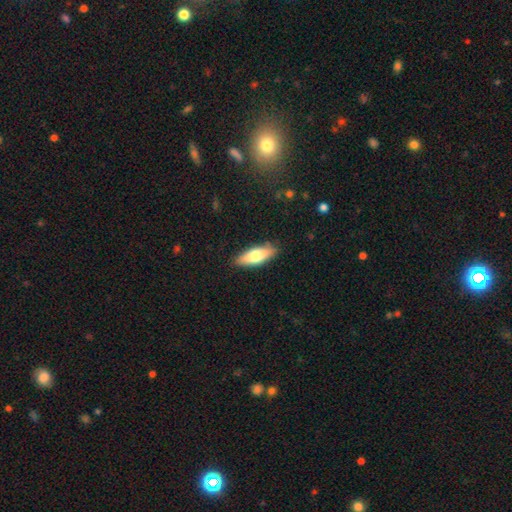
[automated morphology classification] A smooth galaxy with no disk features (65%) that is in between round and cigar-shaped (62%). Merging: none (87%).